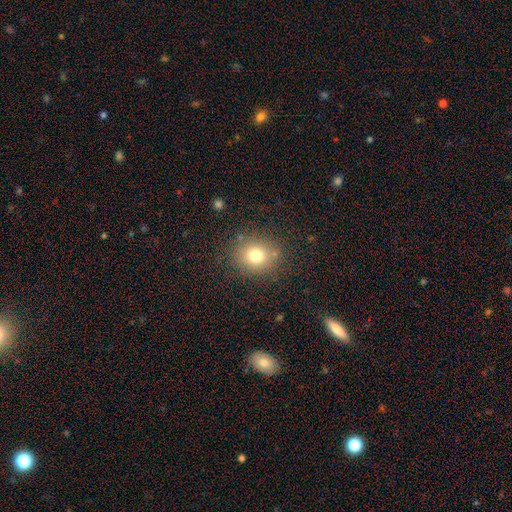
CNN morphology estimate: This appears to be a smooth galaxy with no disk features (75%) that is round (74%). Merging: none (82%).